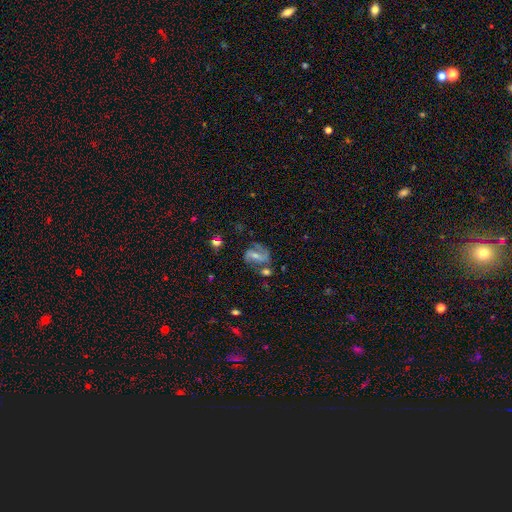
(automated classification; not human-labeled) This appears to be a featured or disk galaxy (73%) with a weak bar (40%), 2 (81%) medium (45%) spiral arms (86%) and a small central bulge (47%). Merging: none (61%).